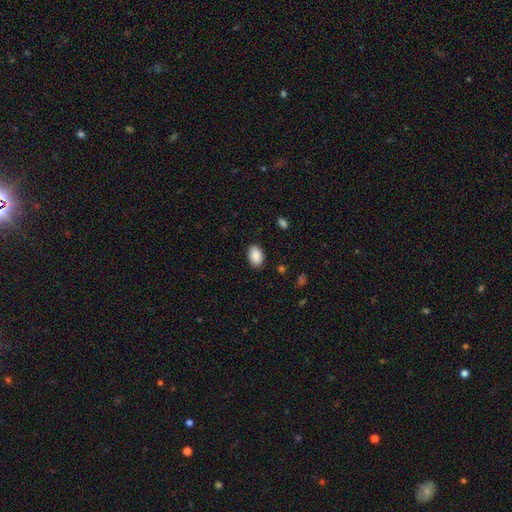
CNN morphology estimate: Smooth or featured: smooth — 90% (star or artifact — 7%)
How rounded: in between — 90% (round — 9%)
Merging: none — 87% (minor disturbance — 10%)